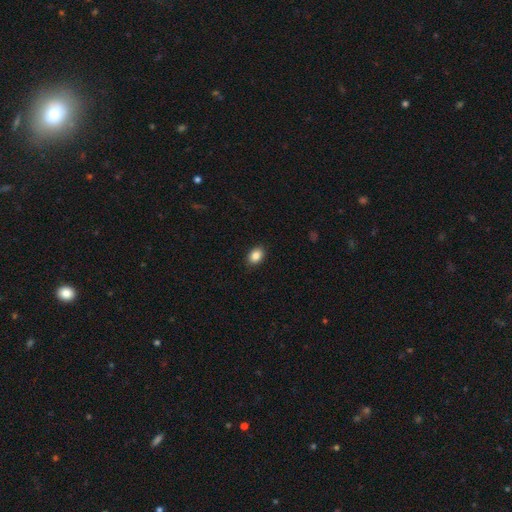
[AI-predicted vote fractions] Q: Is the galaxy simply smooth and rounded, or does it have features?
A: smooth — 87%.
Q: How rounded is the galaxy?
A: in between — 76%.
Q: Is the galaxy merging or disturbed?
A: none — 89%.